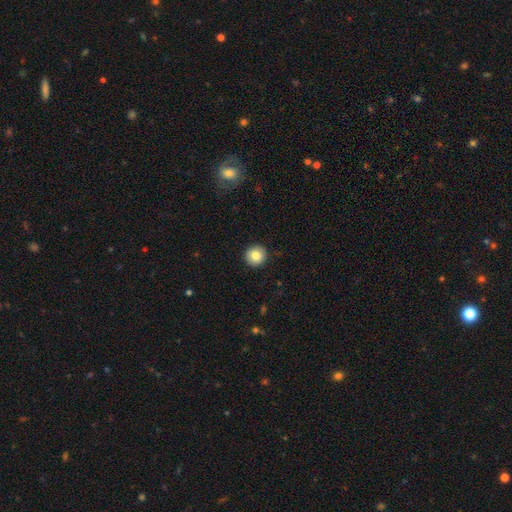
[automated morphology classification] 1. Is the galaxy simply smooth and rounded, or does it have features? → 83% smooth, 9% featured or disk, 9% star or artifact.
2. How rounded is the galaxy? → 94% round, 5% in between, 1% cigar-shaped.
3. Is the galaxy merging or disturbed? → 92% none, 5% minor disturbance, 2% major disturbance, 1% merger.